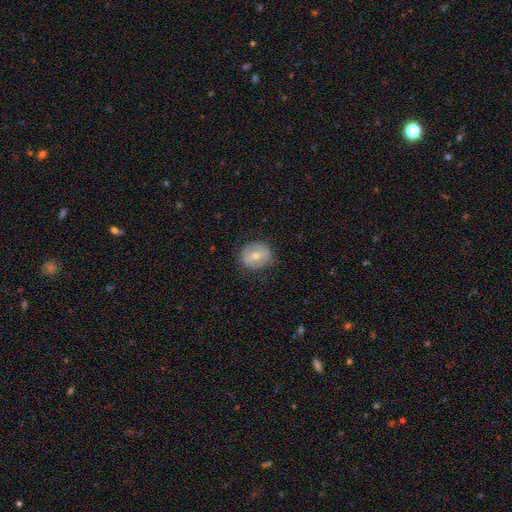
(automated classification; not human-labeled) A smooth galaxy with no disk features (51%) that is round (77%).

Vote fractions:
- Smooth or featured? smooth: 51% / featured or disk: 42% / star or artifact: 7%
- How rounded? round: 77% / in between: 22% / cigar-shaped: 1%
- Merging? none: 81% / minor disturbance: 14% / major disturbance: 4% / merger: 1%